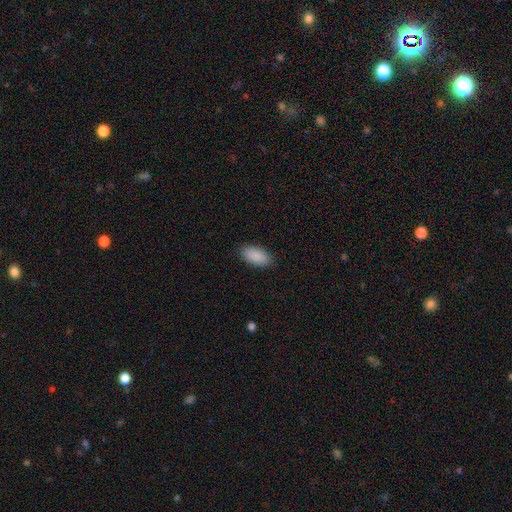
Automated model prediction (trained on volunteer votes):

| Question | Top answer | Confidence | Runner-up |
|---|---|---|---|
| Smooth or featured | smooth | 90% | star or artifact (6%) |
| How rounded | in between | 94% | cigar-shaped (4%) |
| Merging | none | 88% | minor disturbance (9%) |